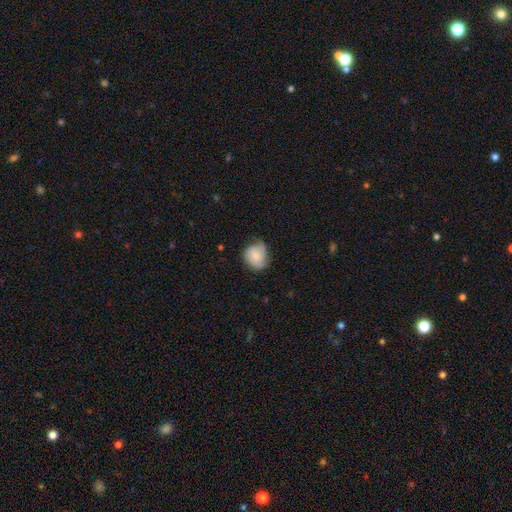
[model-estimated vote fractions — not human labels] Overall: smooth (65%; featured or disk 28%). How rounded: round (68%; in between 31%). Merging: none (50%; minor disturbance 37%).